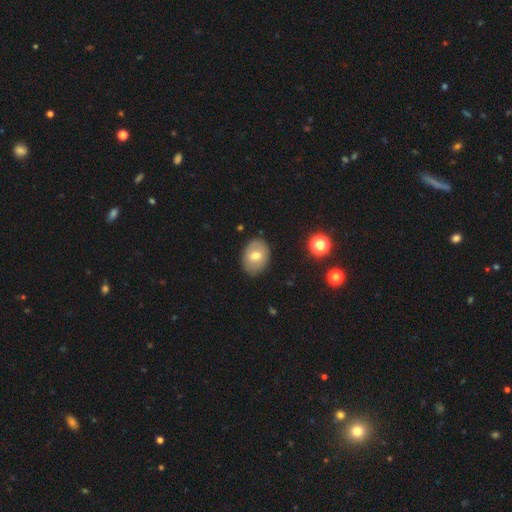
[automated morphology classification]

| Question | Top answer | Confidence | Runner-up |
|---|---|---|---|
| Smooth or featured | smooth | 64% | featured or disk (27%) |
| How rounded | in between | 69% | round (30%) |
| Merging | none | 84% | minor disturbance (12%) |